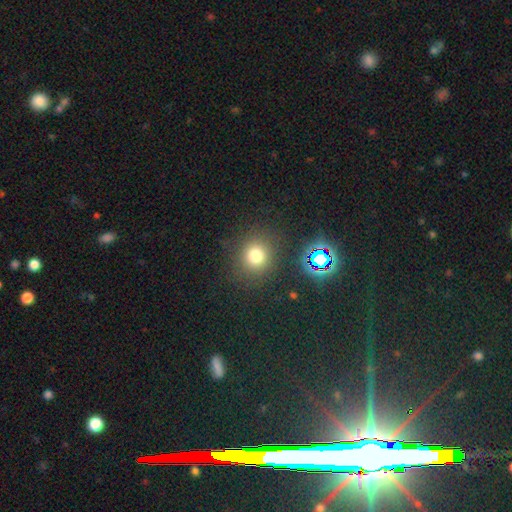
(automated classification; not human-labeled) Smooth or featured?
  - smooth: 73% *
  - star or artifact: 20%
  - featured or disk: 7%
How rounded?
  - round: 85% *
  - in between: 14%
  - cigar-shaped: 1%
Merging?
  - none: 84% *
  - minor disturbance: 9%
  - major disturbance: 4%
  - merger: 3%